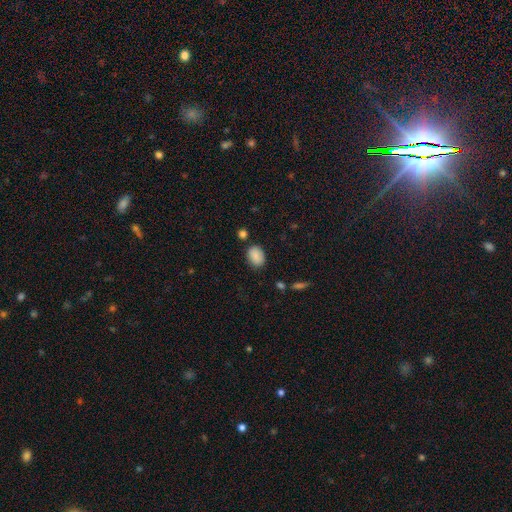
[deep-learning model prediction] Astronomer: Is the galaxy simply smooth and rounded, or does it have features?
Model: smooth — 88%.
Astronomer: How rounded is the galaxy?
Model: in between — 74%.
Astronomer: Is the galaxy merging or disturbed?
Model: none — 80%.